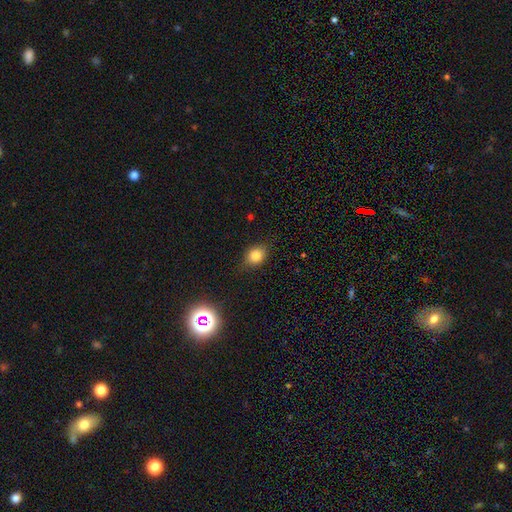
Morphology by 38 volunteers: Smooth or featured?
  - smooth: 82% *
  - featured or disk: 11%
  - star or artifact: 8%
How rounded?
  - round: 74% *
  - in between: 26%
  - cigar-shaped: 0%
Merging?
  - none: 63% *
  - minor disturbance: 31%
  - major disturbance: 6%
  - merger: 0%